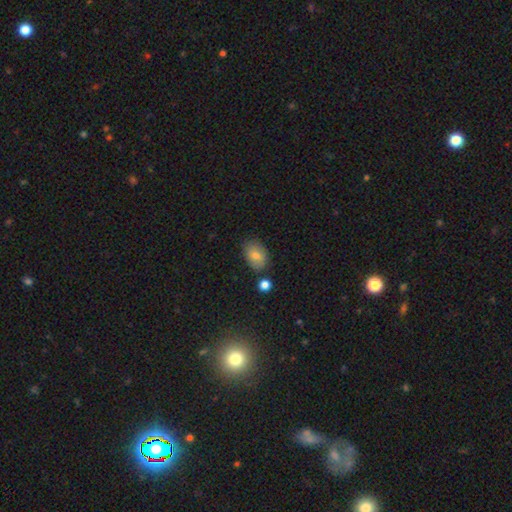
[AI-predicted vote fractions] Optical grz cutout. It shows a smooth galaxy with no disk features (78%) that is in between round and cigar-shaped (83%). Merging: none (76%).